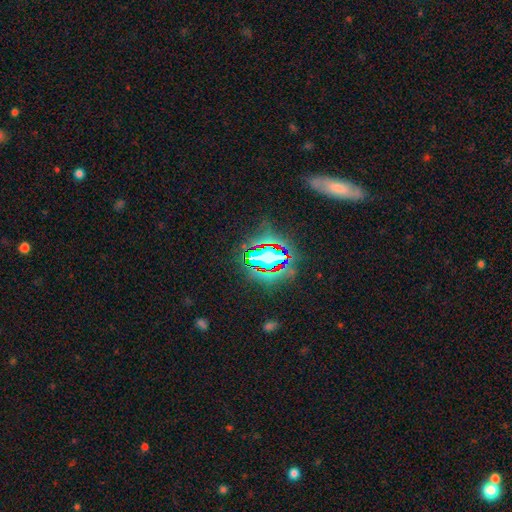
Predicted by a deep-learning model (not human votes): Smooth or featured?
  - star or artifact: 75% *
  - smooth: 15%
  - featured or disk: 10%